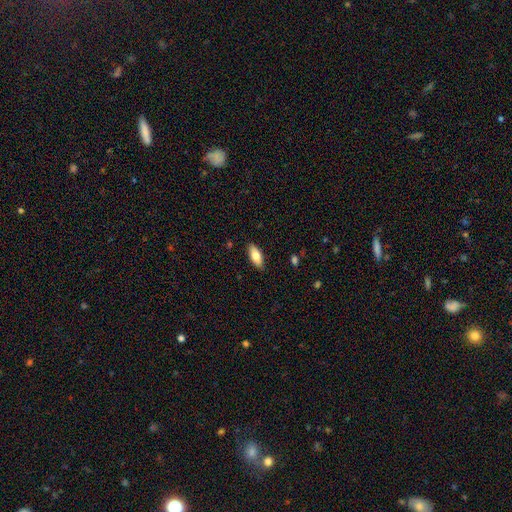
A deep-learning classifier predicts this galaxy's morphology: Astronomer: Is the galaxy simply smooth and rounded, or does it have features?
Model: smooth — 78%.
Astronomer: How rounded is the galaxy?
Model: in between — 83%.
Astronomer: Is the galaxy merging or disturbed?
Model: none — 88%.